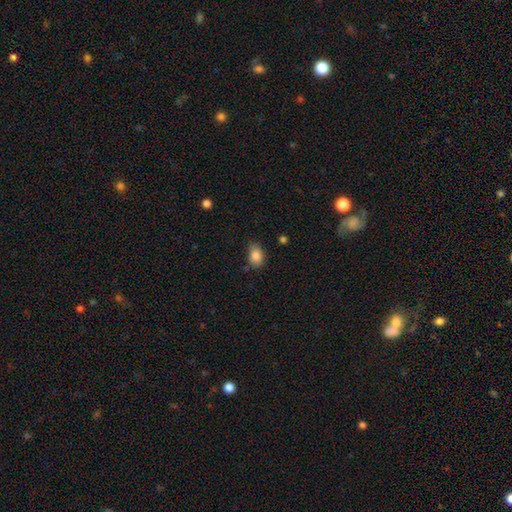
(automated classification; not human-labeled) Smooth or featured: smooth — 85% (star or artifact — 9%)
How rounded: in between — 78% (round — 21%)
Merging: none — 70% (minor disturbance — 23%)